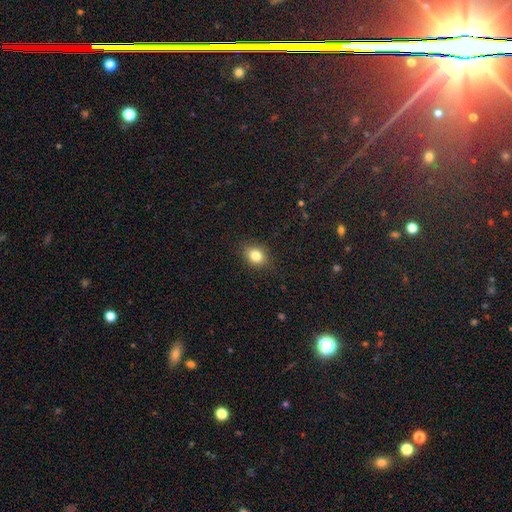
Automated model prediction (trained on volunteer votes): A smooth galaxy with no disk features (82%) that is in between round and cigar-shaped (50%). Merging: none (87%).